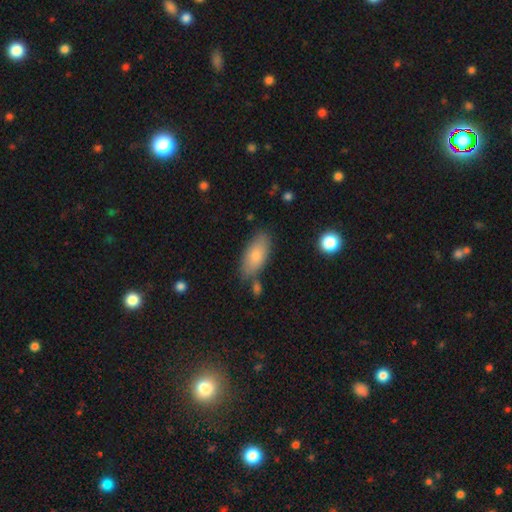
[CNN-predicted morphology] A smooth galaxy with no disk features (76%) that is in between round and cigar-shaped (87%). Merging: none (75%).